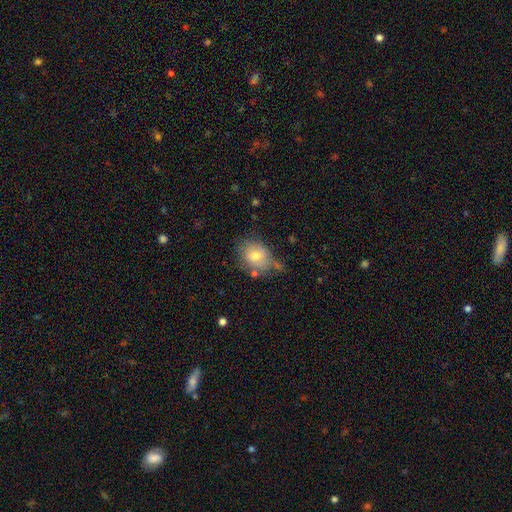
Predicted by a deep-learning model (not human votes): Q: Smooth or featured?
A: smooth (71%); runner-up: featured or disk (20%)
Q: How rounded?
A: in between (49%); tied with: round (49%)
Q: Merging?
A: none (56%); runner-up: minor disturbance (27%)